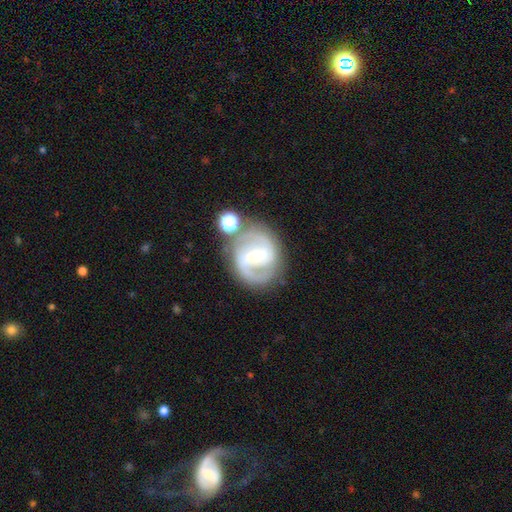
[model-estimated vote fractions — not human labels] A featured or disk galaxy (86%) with a weak bar (43%), 2 (86%) medium (52%) spiral arms (96%) and a small central bulge (53%). Merging: none (73%).